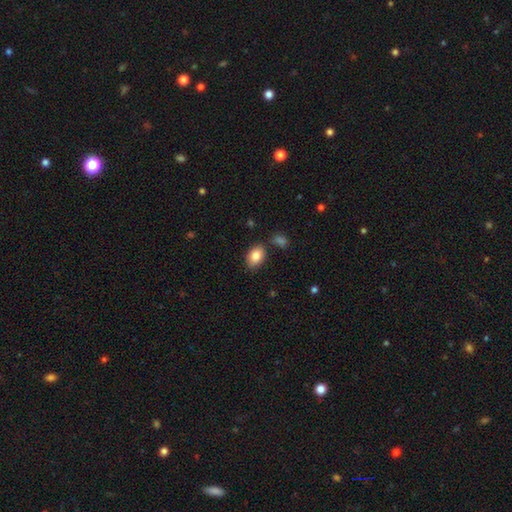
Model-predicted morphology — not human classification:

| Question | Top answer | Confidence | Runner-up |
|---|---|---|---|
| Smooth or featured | smooth | 85% | featured or disk (8%) |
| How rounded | in between | 86% | round (13%) |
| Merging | none | 79% | minor disturbance (12%) |